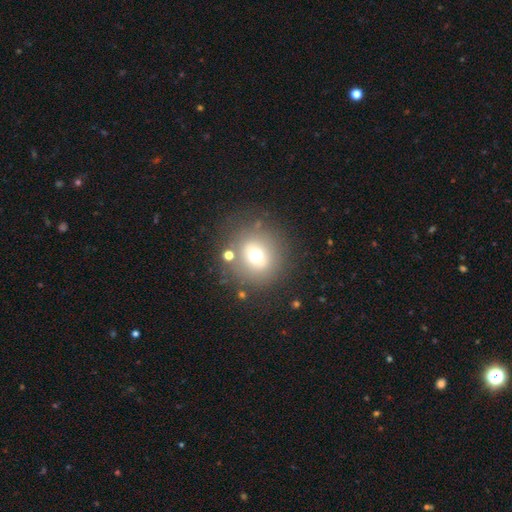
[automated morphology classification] Smooth or featured? smooth (63%)
How rounded? round (91%)
Merging? none (76%)